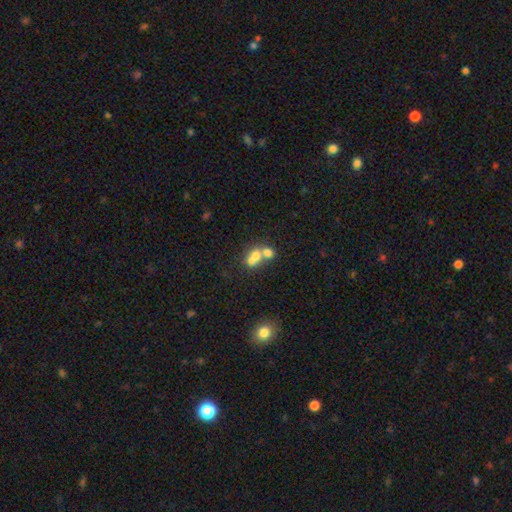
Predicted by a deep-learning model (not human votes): Q: Smooth or featured?
A: smooth (64%); runner-up: featured or disk (24%)
Q: How rounded?
A: round (57%); runner-up: in between (42%)
Q: Merging?
A: merger (68%); runner-up: none (23%)